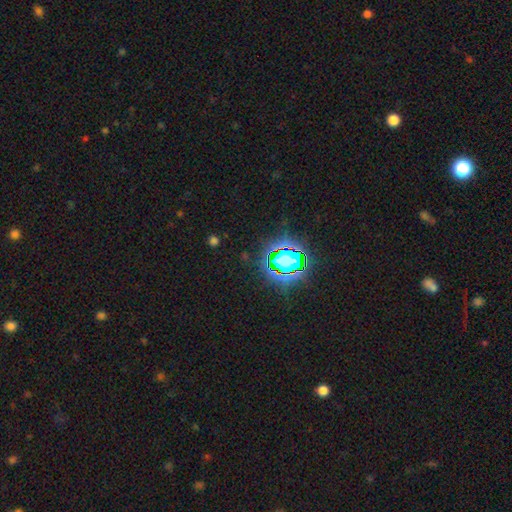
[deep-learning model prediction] Morphology: type=star or artifact (80%).